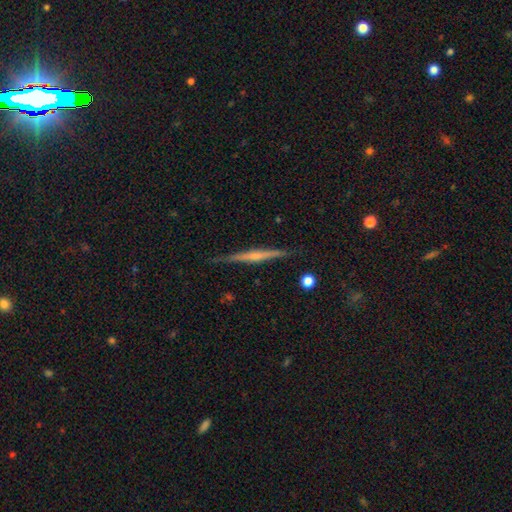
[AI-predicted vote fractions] Morphology: type=featured or disk (75%); edge-on=yes (98%); edge-on bulge=rounded (62%); merging=none (89%).